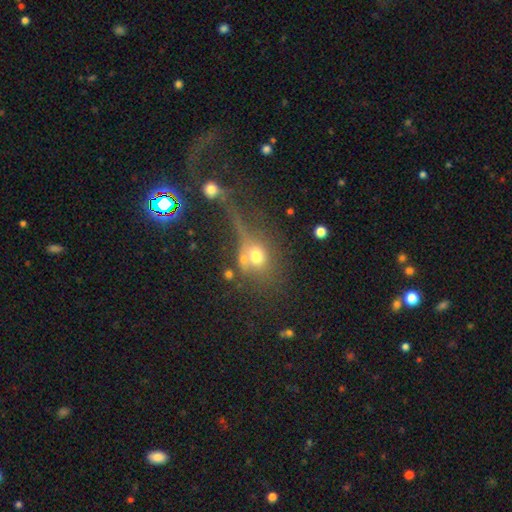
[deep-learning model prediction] This is likely a smooth galaxy (61%). How rounded: likely round (62%). Merging: marginally none (31%).